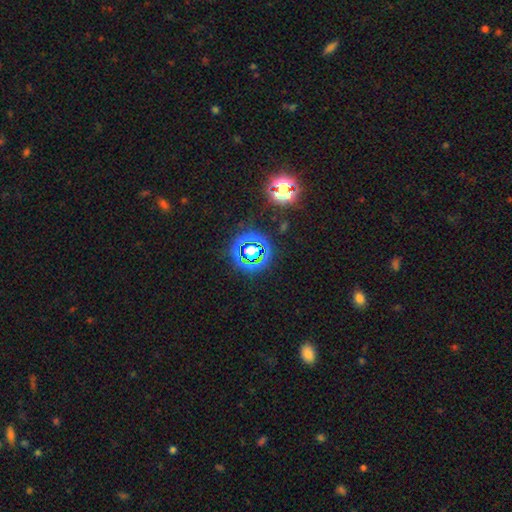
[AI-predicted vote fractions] Smooth or featured: star or artifact — 74% (smooth — 18%)